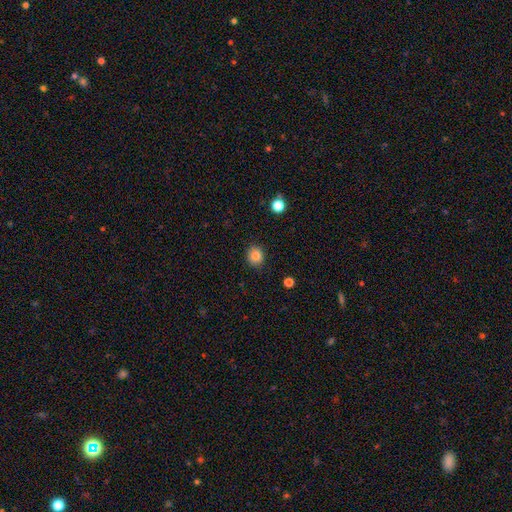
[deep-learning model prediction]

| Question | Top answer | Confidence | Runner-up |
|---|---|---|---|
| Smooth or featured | smooth | 84% | star or artifact (11%) |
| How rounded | round | 73% | in between (26%) |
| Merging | none | 87% | minor disturbance (9%) |